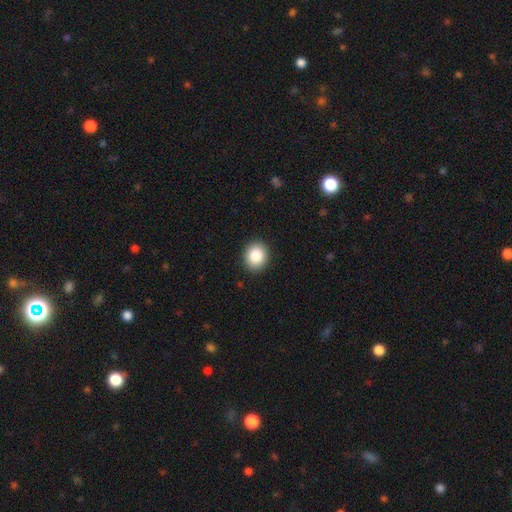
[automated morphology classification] This is clearly a smooth galaxy (86%). How rounded: likely round (68%). Merging: clearly none (91%).